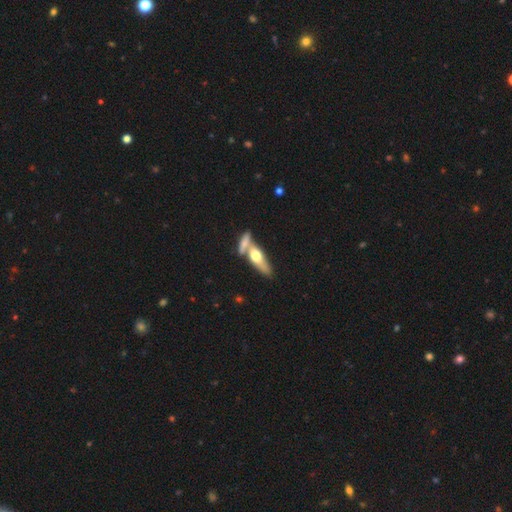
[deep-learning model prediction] Q: Smooth or featured?
A: smooth (52%); runner-up: featured or disk (42%)
Q: How rounded?
A: in between (51%); runner-up: cigar-shaped (45%)
Q: Merging?
A: merger (43%); runner-up: none (42%)